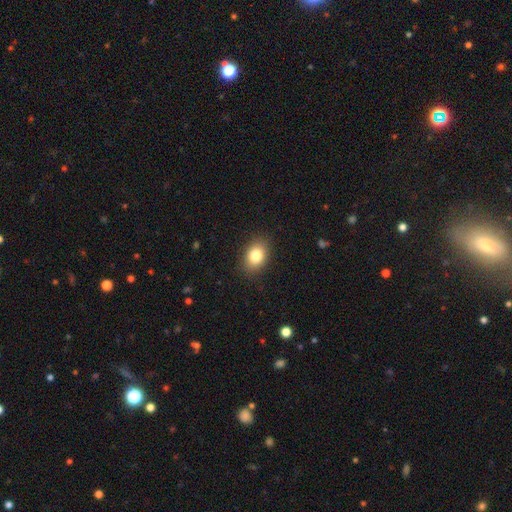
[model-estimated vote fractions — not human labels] Smooth or featured?
  - smooth: 82% *
  - star or artifact: 9%
  - featured or disk: 9%
How rounded?
  - in between: 76% *
  - round: 23%
  - cigar-shaped: 1%
Merging?
  - none: 88% *
  - minor disturbance: 9%
  - major disturbance: 2%
  - merger: 1%